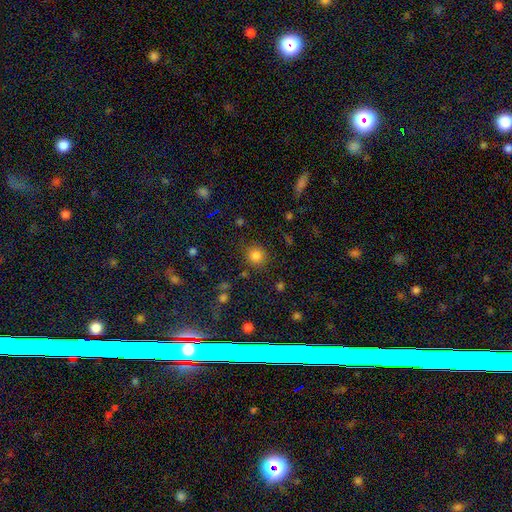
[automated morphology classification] Overall: smooth (82%). How rounded: round (91%). Merging: none (86%).